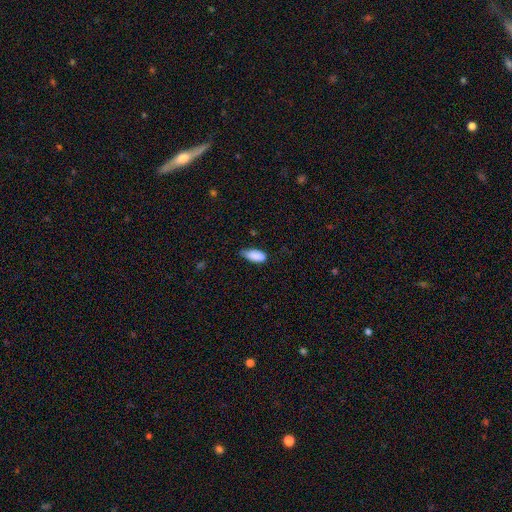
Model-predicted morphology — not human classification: Q: Smooth or featured?
A: smooth (88%); runner-up: star or artifact (7%)
Q: How rounded?
A: in between (86%); runner-up: cigar-shaped (12%)
Q: Merging?
A: none (56%); runner-up: minor disturbance (37%)